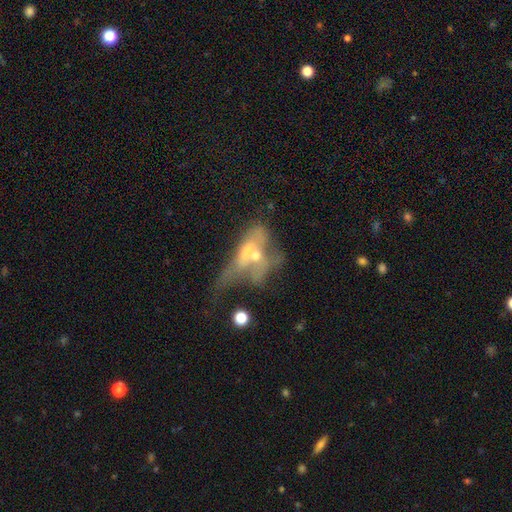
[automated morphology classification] A featured or disk galaxy (50%). Merging: merger (56%).